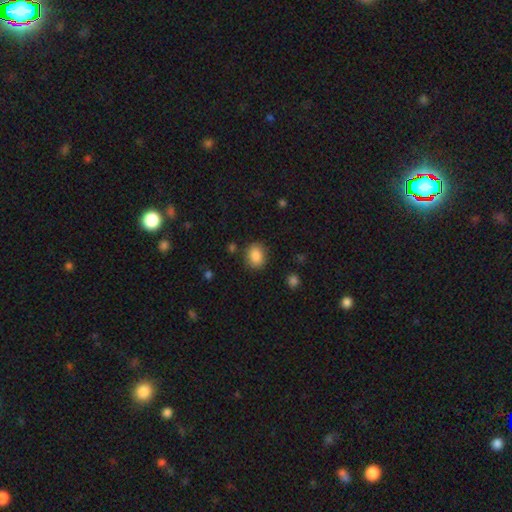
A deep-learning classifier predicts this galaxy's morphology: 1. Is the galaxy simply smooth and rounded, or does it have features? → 87% smooth, 9% star or artifact, 5% featured or disk.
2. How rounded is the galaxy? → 53% in between, 46% round, 1% cigar-shaped.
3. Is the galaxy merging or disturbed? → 83% none, 11% minor disturbance, 3% major disturbance, 2% merger.